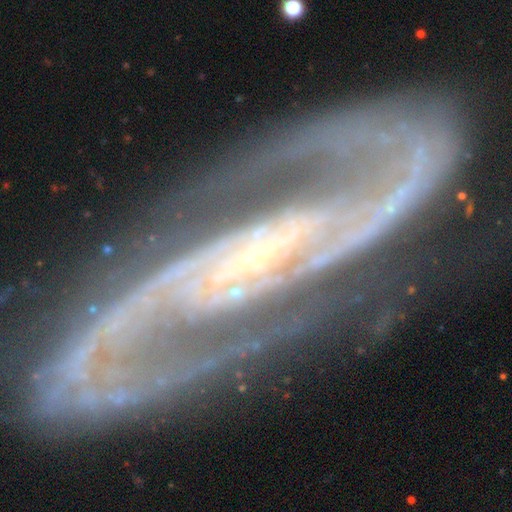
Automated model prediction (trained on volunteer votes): Smooth or featured? Predicted: featured or disk (p=0.90). Edge-on disk? Predicted: no (p=0.92). Bar? Predicted: strong (p=0.45). Spiral arms? Predicted: yes (p=0.95). Spiral winding? Predicted: medium (p=0.50). Spiral arm count? Predicted: 2 (p=0.85). Bulge size? Predicted: small (p=0.66). Merging? Predicted: none (p=0.69).